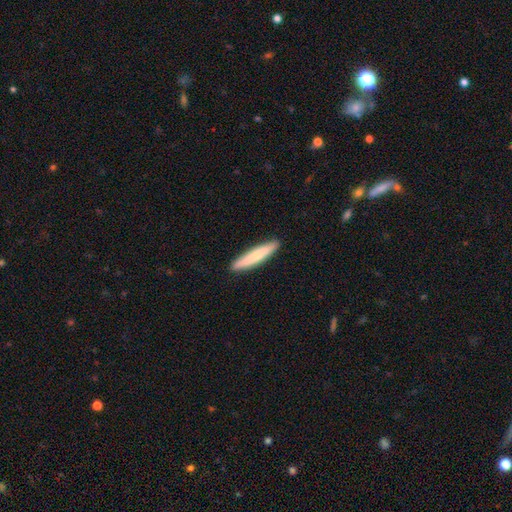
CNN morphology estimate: This is likely a smooth galaxy (73%). How rounded: clearly cigar-shaped (91%). Merging: clearly none (91%).